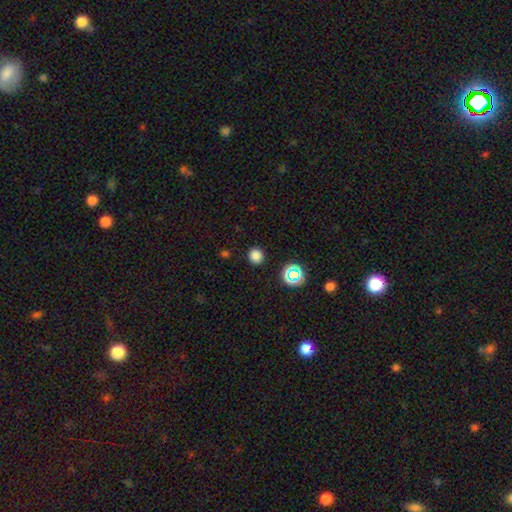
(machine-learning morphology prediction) Smooth or featured? smooth (80%)
How rounded? round (91%)
Merging? none (91%)